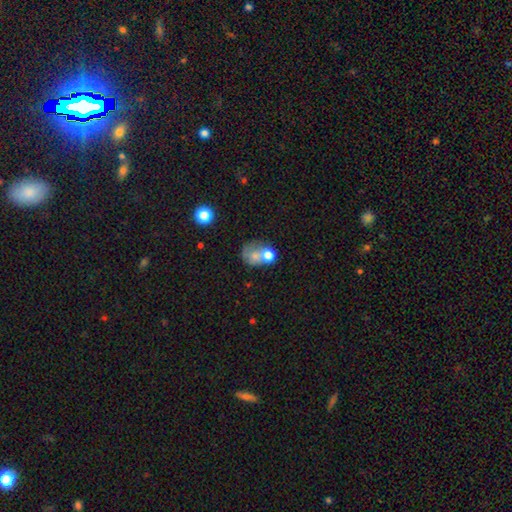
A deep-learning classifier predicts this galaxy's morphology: smooth 61%, featured or disk 27%, star or artifact 12%. Down the decision tree: how rounded — round (55%); merging — merger (47%).